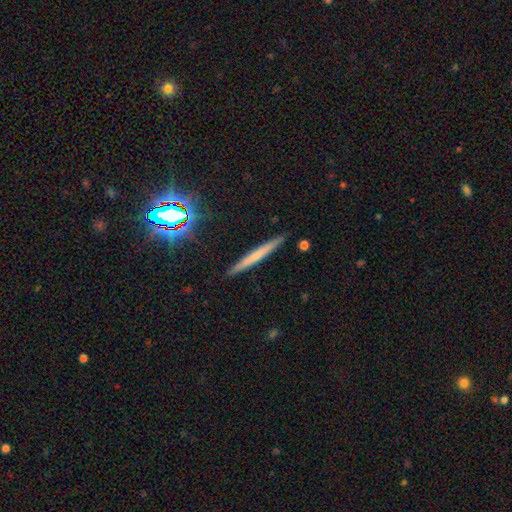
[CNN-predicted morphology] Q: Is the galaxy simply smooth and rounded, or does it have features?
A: smooth — 54%.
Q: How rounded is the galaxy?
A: cigar-shaped — 96%.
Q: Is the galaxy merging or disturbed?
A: none — 91%.